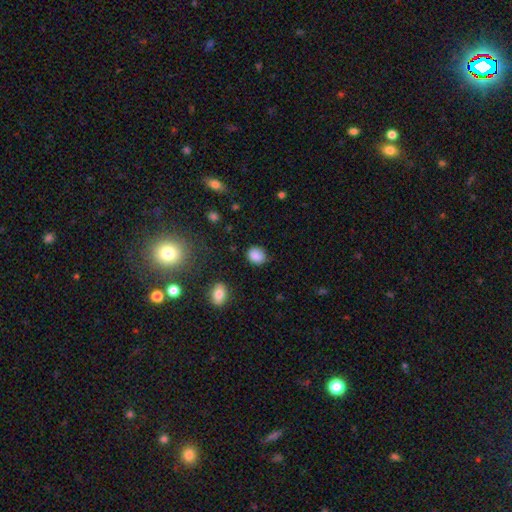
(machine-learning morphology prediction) A smooth galaxy with no disk features (86%) that is round (60%). Merging: none (80%).